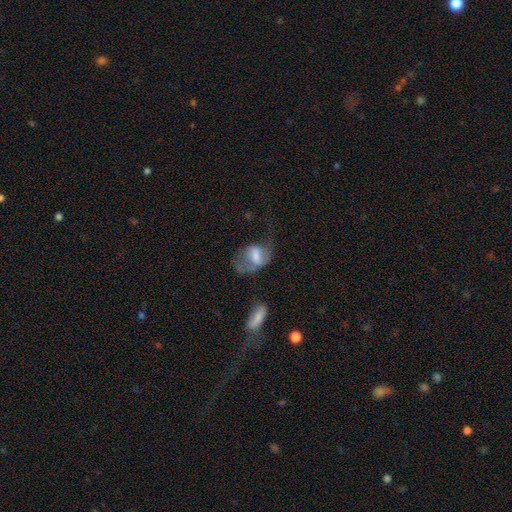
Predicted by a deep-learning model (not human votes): Overall: smooth (55%; featured or disk 36%). How rounded: in between (79%). Merging: major disturbance (48%; none 24%).